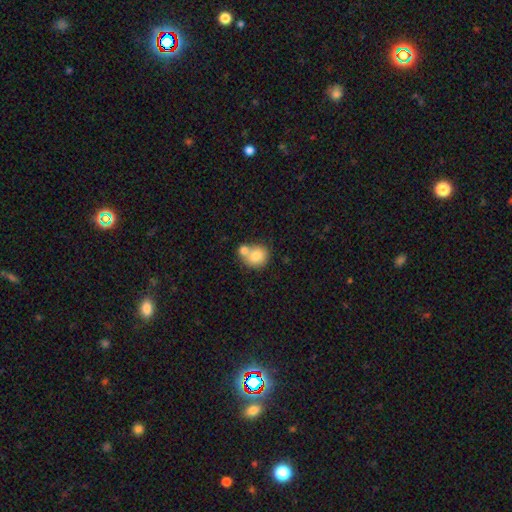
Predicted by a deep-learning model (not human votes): smooth-or-featured: smooth: 78% | featured or disk: 13% | star or artifact: 8%
  how-rounded: round: 72% | in between: 27% | cigar-shaped: 1%
  merging: merger: 50% | none: 37% | minor disturbance: 9% | major disturbance: 3%